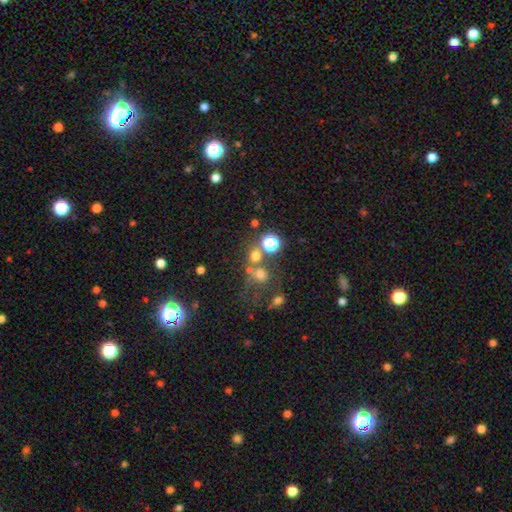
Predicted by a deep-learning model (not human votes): This appears to be a smooth galaxy with no disk features (60%) that is round (85%). Merging: none (57%).